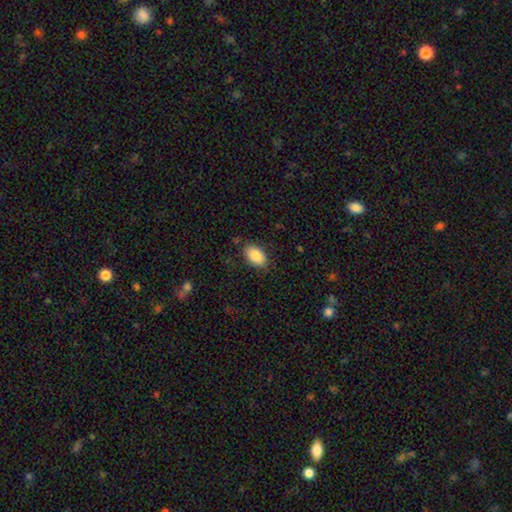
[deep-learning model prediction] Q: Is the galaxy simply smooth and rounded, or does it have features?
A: smooth — 85%.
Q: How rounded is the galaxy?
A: in between — 92%.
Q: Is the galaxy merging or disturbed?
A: none — 83%.